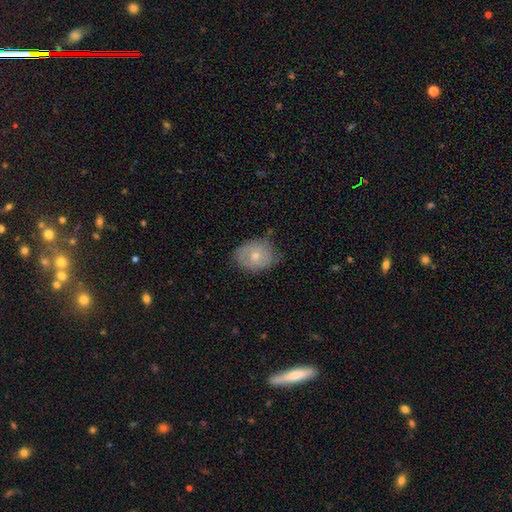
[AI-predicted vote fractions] smooth-or-featured: smooth: 62% | featured or disk: 30% | star or artifact: 8%
  how-rounded: round: 50% | in between: 49% | cigar-shaped: 1%
  merging: none: 67% | minor disturbance: 25% | major disturbance: 6% | merger: 2%